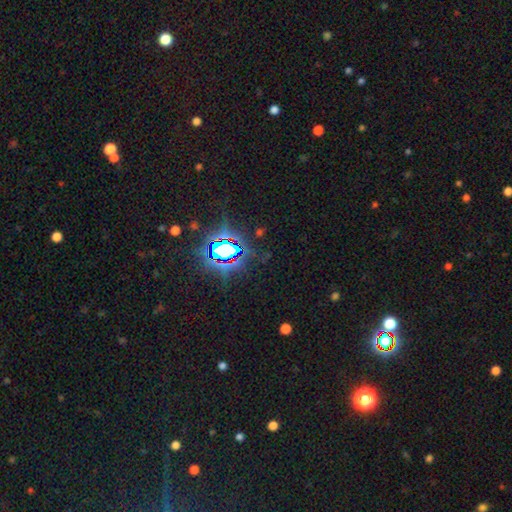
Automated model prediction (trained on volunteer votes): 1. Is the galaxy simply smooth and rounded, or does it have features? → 83% star or artifact, 10% smooth, 7% featured or disk.